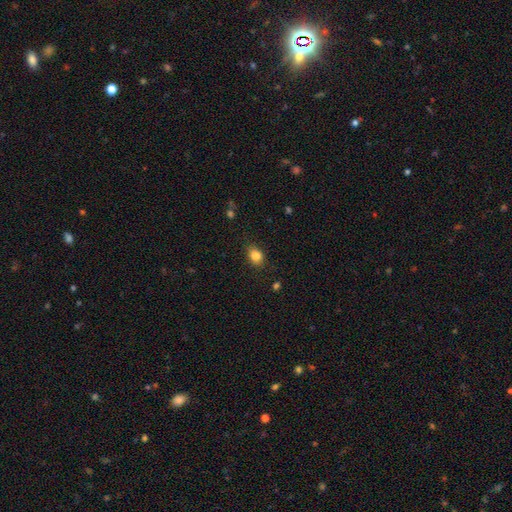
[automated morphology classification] smooth_or_featured: smooth (p=0.85) [alt: star or artifact p=0.10]
how_rounded: in between (p=0.70) [alt: round p=0.29]
merging: none (p=0.79) [alt: minor disturbance p=0.16]